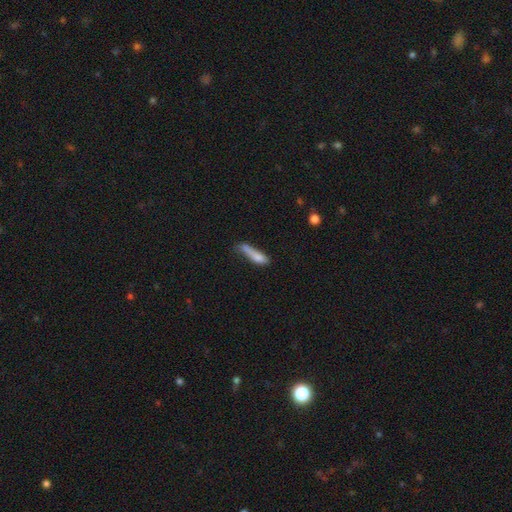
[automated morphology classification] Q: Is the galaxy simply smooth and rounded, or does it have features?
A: smooth — 74%.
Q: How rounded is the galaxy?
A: cigar-shaped — 77%.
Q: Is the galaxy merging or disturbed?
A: none — 37%.